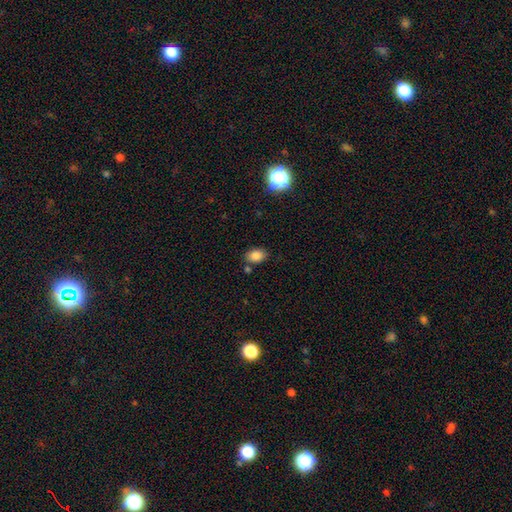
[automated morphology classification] This is clearly a smooth galaxy (84%). How rounded: clearly in between (82%). Merging: likely none (77%).